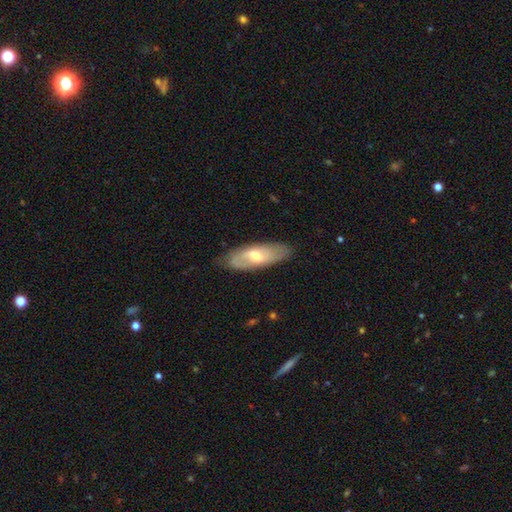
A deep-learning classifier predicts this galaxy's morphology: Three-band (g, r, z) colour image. It shows a featured or disk galaxy (51%). Merging: none (80%).